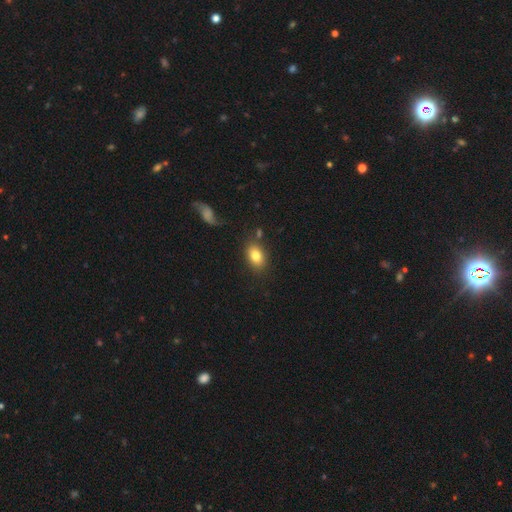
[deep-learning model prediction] This appears to be a smooth galaxy with no disk features (82%) that is in between round and cigar-shaped (83%). Merging: none (80%).